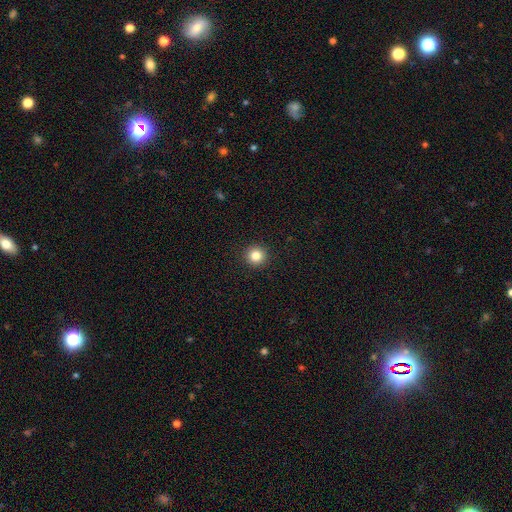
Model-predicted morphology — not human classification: smooth 83%, star or artifact 11%, featured or disk 5%. Down the decision tree: how rounded — round (95%); merging — none (93%).